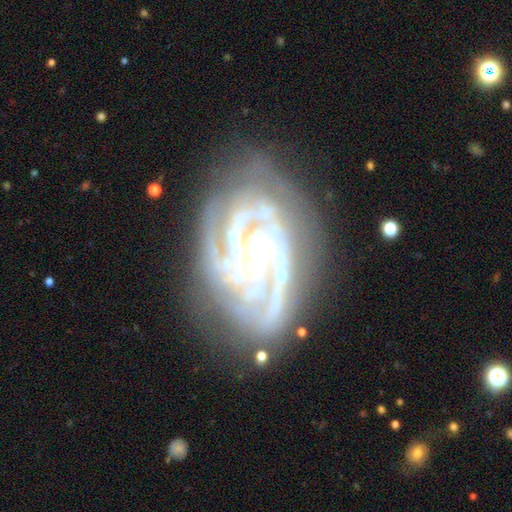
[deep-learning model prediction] A featured or disk galaxy (87%) with no bar (62%), 3 (30%) tight (65%) spiral arms (95%) and a small central bulge (72%).

Vote fractions:
- Smooth or featured? featured or disk: 87% / star or artifact: 7% / smooth: 6%
- Edge-on disk? no: 97% / yes: 3%
- Bar? no: 62% / weak: 24% / strong: 14%
- Spiral arms? yes: 95% / no: 5%
- Spiral winding? tight: 65% / medium: 29% / loose: 6%
- Spiral arm count? 3: 30% / 4: 21% / can't tell: 19% / 2: 14% / more than 4: 8% / 1: 6%
- Bulge size? small: 72% / moderate: 18% / none: 6% / large: 2% / dominant: 1%
- Merging? none: 67% / minor disturbance: 18% / major disturbance: 11% / merger: 3%